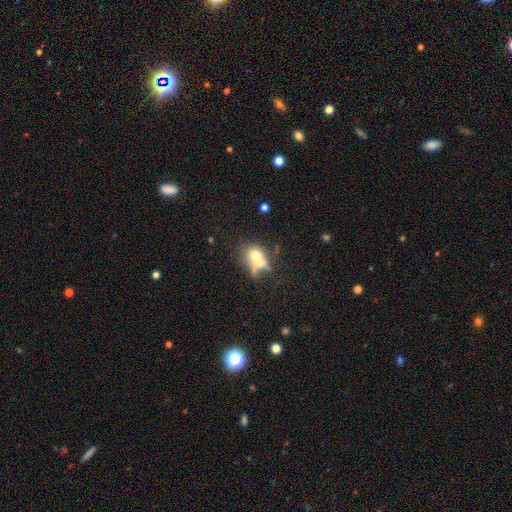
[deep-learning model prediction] Overall: smooth (64%; featured or disk 25%). How rounded: round (63%; in between 35%). Merging: merger (58%; none 24%).